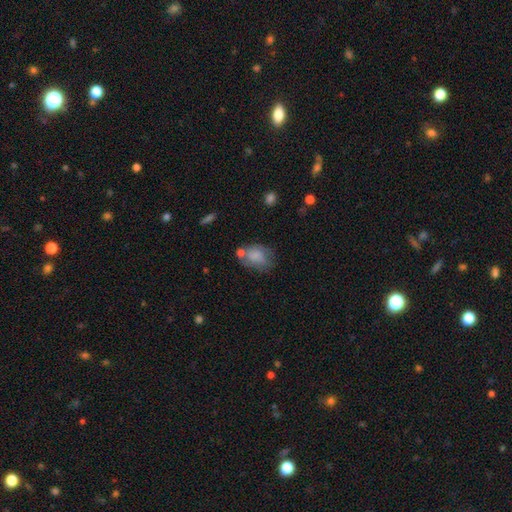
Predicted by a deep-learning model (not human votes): The model was most divided on "merging": none: 44%, minor disturbance: 25%, merger: 17%, major disturbance: 13%. More confident: smooth or featured — smooth (73%); how rounded — in between (71%).